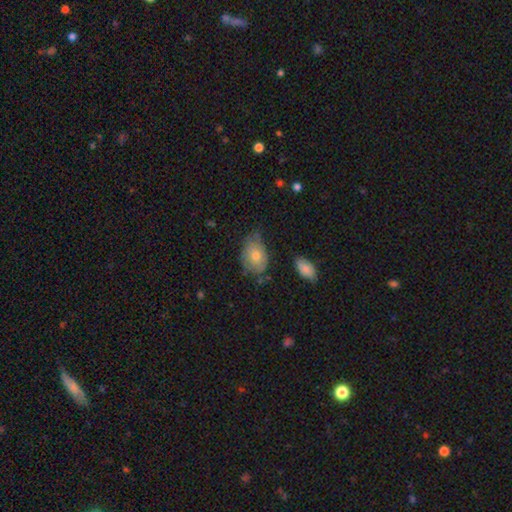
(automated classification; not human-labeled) Smooth or featured? Predicted: smooth (p=0.67). How rounded? Predicted: in between (p=0.78). Merging? Predicted: none (p=0.54).